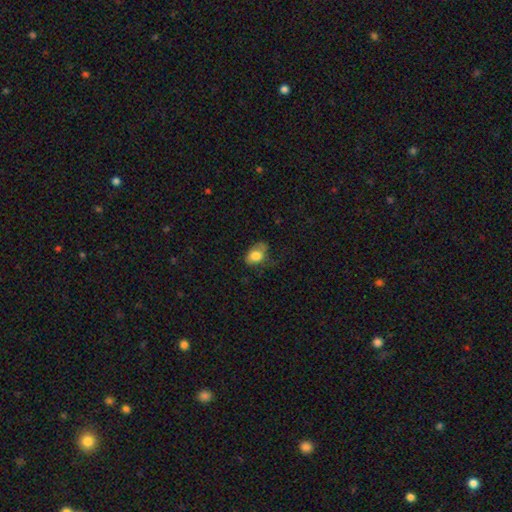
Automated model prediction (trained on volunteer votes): Morphology: type=smooth (78%); roundness=in between (78%); merging=none (42%).